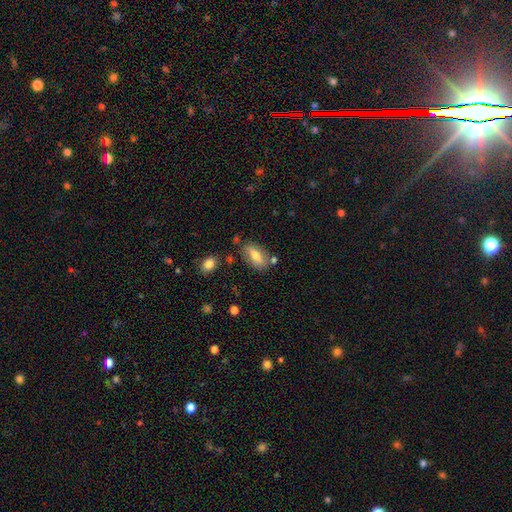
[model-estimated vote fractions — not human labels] The model was most divided on "smooth or featured": smooth: 71%, featured or disk: 22%, star or artifact: 8%. More confident: how rounded — in between (83%); merging — none (72%).